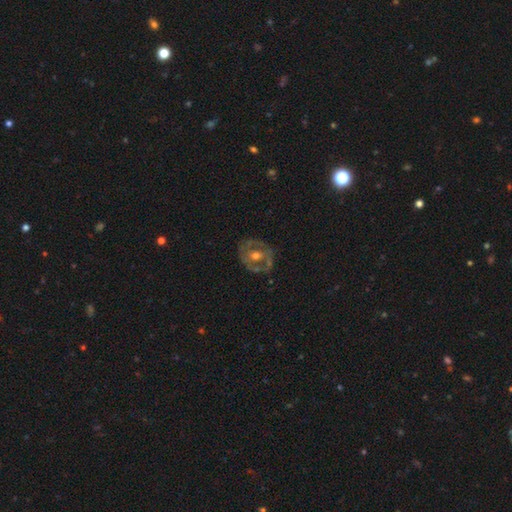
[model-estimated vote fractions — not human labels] A featured or disk galaxy (72%) with no bar (63%), no spiral arms (56%) and a moderate central bulge (73%). Merging: none (72%).